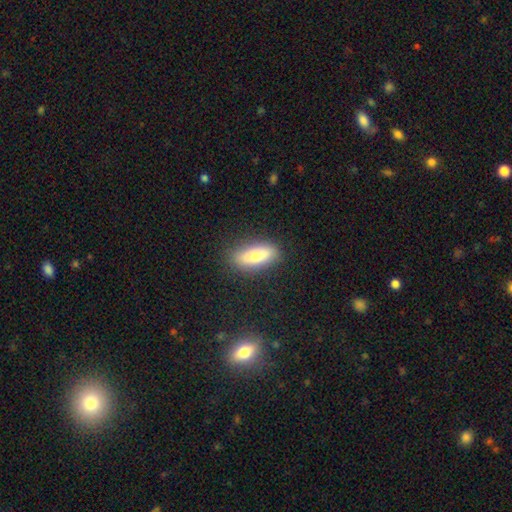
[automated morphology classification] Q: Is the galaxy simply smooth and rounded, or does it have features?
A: smooth — 72%.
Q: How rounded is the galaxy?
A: in between — 73%.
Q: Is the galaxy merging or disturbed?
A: none — 85%.